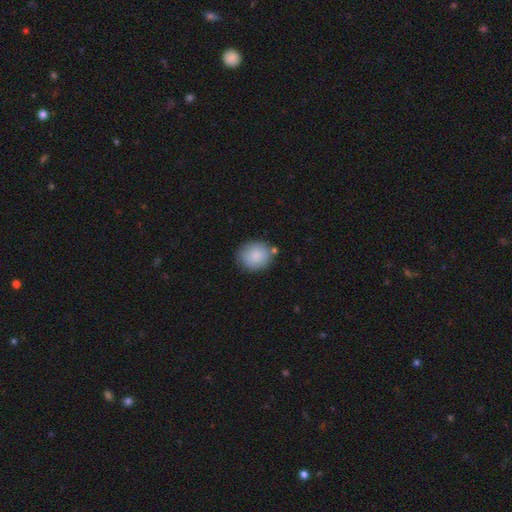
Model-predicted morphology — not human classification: Smooth or featured: smooth — 87% (featured or disk — 7%)
How rounded: round — 76% (in between — 23%)
Merging: none — 77% (minor disturbance — 14%)